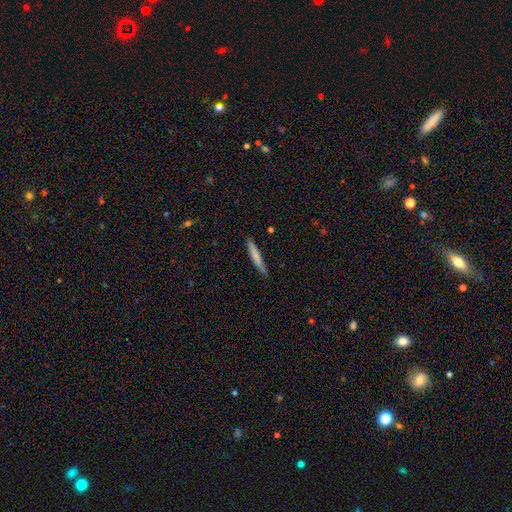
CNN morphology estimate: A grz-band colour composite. It shows a smooth galaxy with no disk features (73%) that is cigar-shaped (95%). Merging: none (87%).